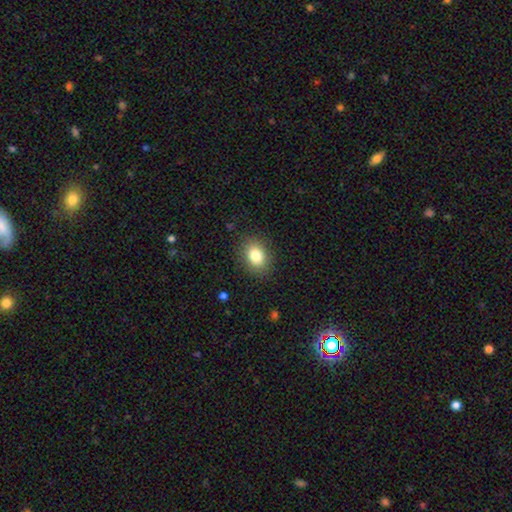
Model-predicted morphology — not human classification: type=smooth (82%); roundness=in between (62%); merging=none (87%).